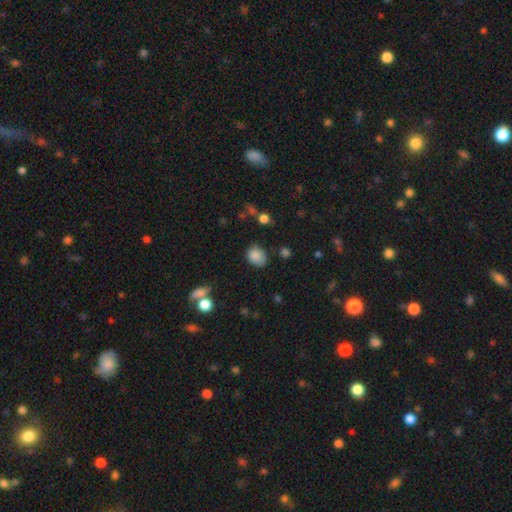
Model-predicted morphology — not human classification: Smooth or featured?
  - smooth: 85% *
  - star or artifact: 10%
  - featured or disk: 5%
How rounded?
  - in between: 55% *
  - round: 44%
  - cigar-shaped: 1%
Merging?
  - none: 69% *
  - minor disturbance: 22%
  - major disturbance: 6%
  - merger: 3%